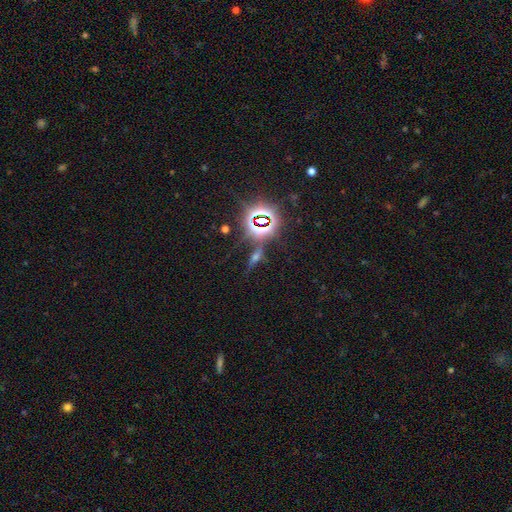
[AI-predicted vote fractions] Smooth or featured? star or artifact (59%)